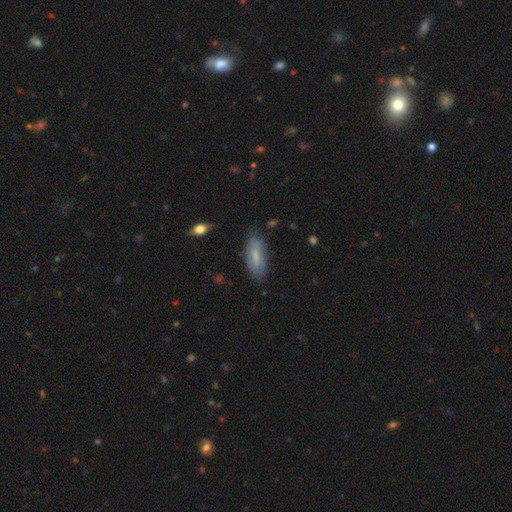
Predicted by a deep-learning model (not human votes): Q: Smooth or featured?
A: smooth (73%); runner-up: featured or disk (20%)
Q: How rounded?
A: in between (73%); runner-up: cigar-shaped (25%)
Q: Merging?
A: none (82%); runner-up: minor disturbance (14%)